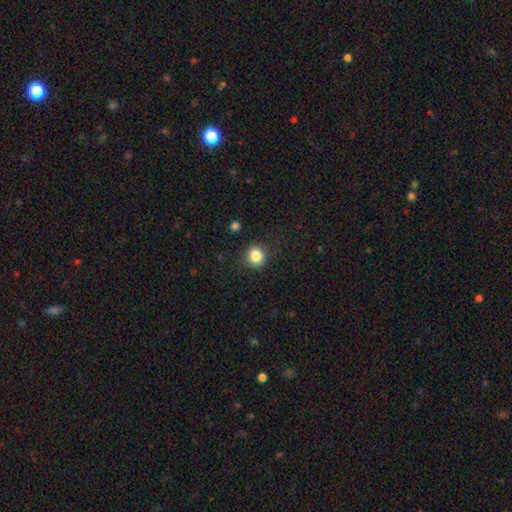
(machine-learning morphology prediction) Smooth or featured? Predicted: smooth (p=0.84). How rounded? Predicted: round (p=0.88). Merging? Predicted: none (p=0.88).